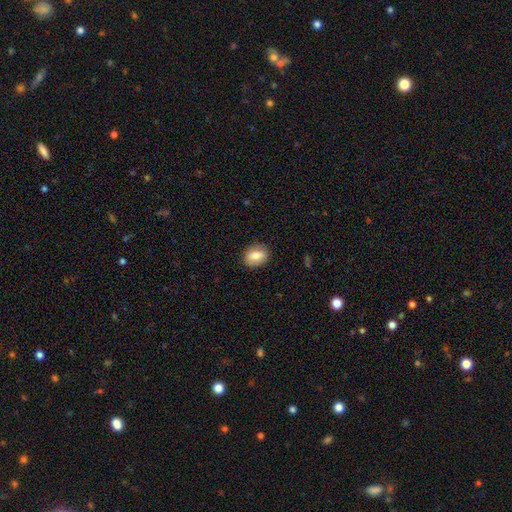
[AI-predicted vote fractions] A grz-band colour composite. It shows a smooth galaxy with no disk features (78%) that is in between round and cigar-shaped (66%). Merging: none (86%).